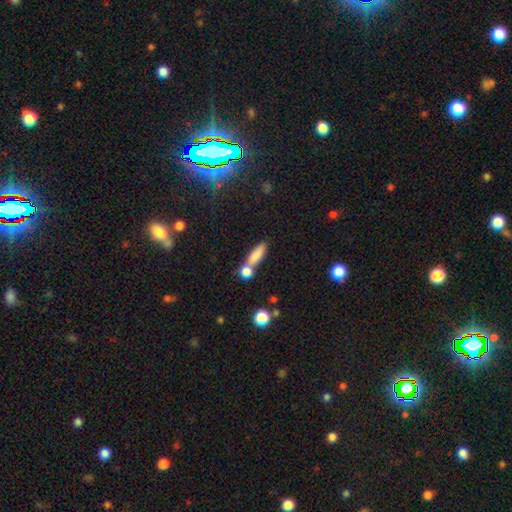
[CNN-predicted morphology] smooth 81%, featured or disk 10%, star or artifact 9%. Down the decision tree: how rounded — in between (47%); merging — none (52%).